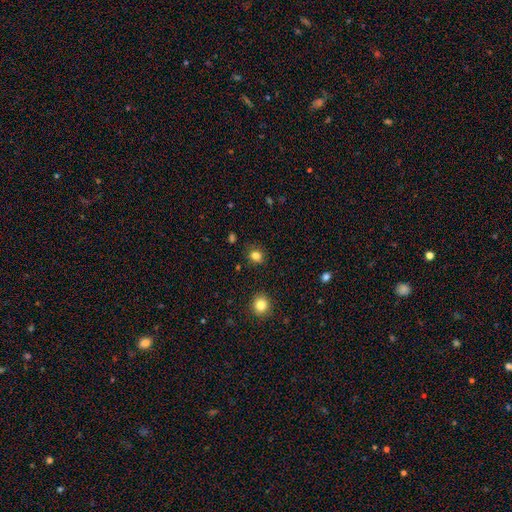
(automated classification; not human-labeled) smooth-or-featured: smooth: 82% | star or artifact: 13% | featured or disk: 5%
  how-rounded: round: 78% | in between: 21% | cigar-shaped: 1%
  merging: none: 87% | minor disturbance: 9% | major disturbance: 3% | merger: 2%